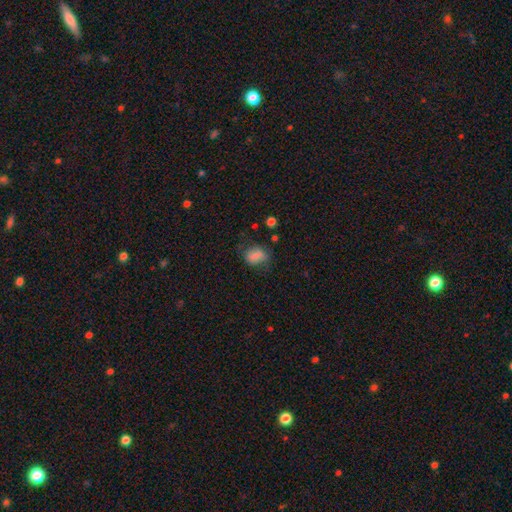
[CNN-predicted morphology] Smooth or featured? smooth (75%)
How rounded? in between (63%)
Merging? none (57%)